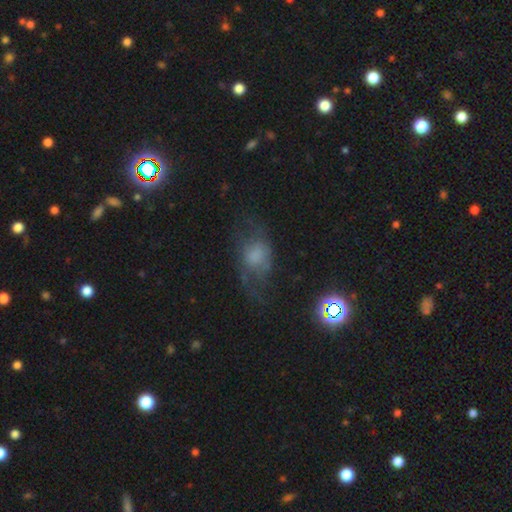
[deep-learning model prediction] Morphology: type=smooth (49%); merging=none (42%).